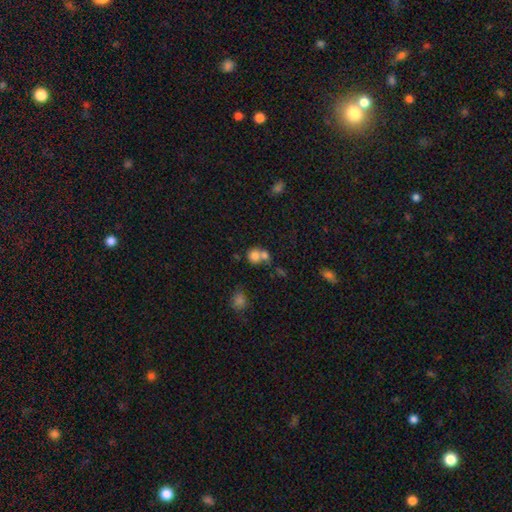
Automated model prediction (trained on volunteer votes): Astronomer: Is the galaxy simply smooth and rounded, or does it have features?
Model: smooth — 77%.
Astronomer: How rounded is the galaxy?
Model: round — 79%.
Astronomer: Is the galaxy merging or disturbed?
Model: merger — 53% (runner-up: none, 36%).